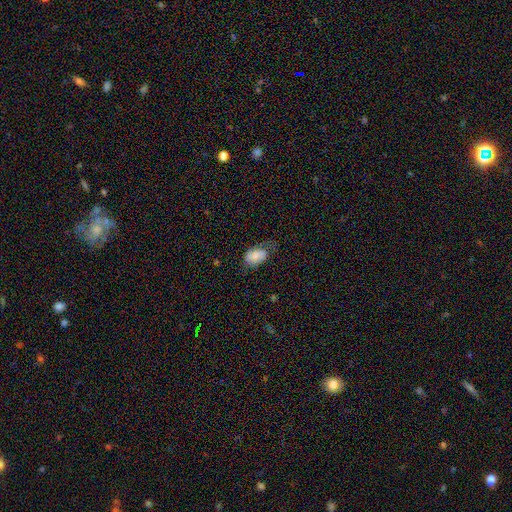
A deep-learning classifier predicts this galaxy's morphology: This appears to be a smooth galaxy with no disk features (74%) that is in between round and cigar-shaped (90%). Merging: none (41%).